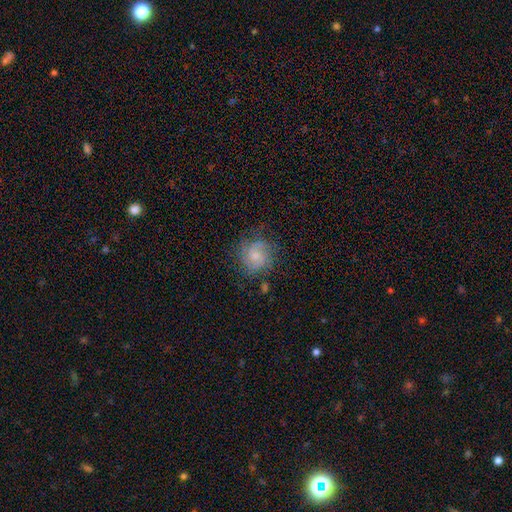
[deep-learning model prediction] A featured or disk galaxy (46%).

Vote fractions:
- Smooth or featured? featured or disk: 46% / smooth: 45% / star or artifact: 9%
- Merging? none: 69% / minor disturbance: 20% / major disturbance: 9% / merger: 2%